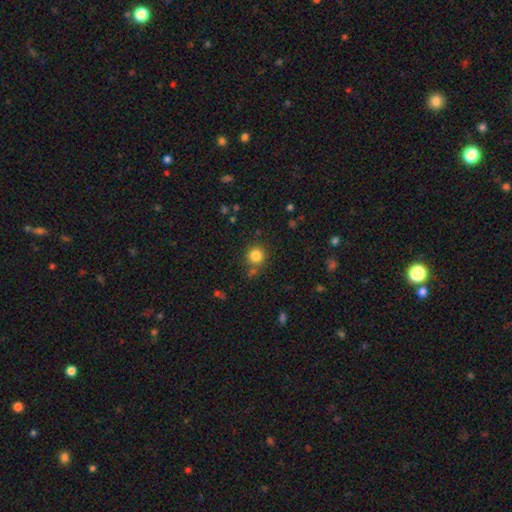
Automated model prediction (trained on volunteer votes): Smooth or featured?
  - smooth: 82% *
  - star or artifact: 12%
  - featured or disk: 5%
How rounded?
  - round: 92% *
  - in between: 7%
  - cigar-shaped: 1%
Merging?
  - none: 79% *
  - minor disturbance: 10%
  - merger: 8%
  - major disturbance: 4%